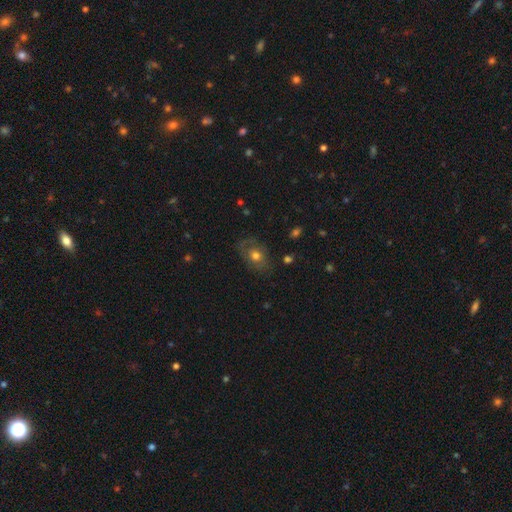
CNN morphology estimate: This appears to be a smooth galaxy with no disk features (60%) that is in between round and cigar-shaped (69%). Merging: none (67%).